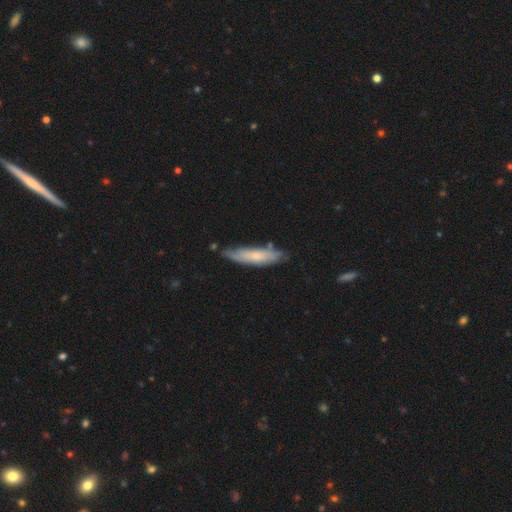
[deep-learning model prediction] smooth_or_featured: smooth (p=0.57) [alt: featured or disk p=0.37]
how_rounded: cigar-shaped (p=0.76) [alt: in between p=0.23]
merging: none (p=0.69) [alt: minor disturbance p=0.23]